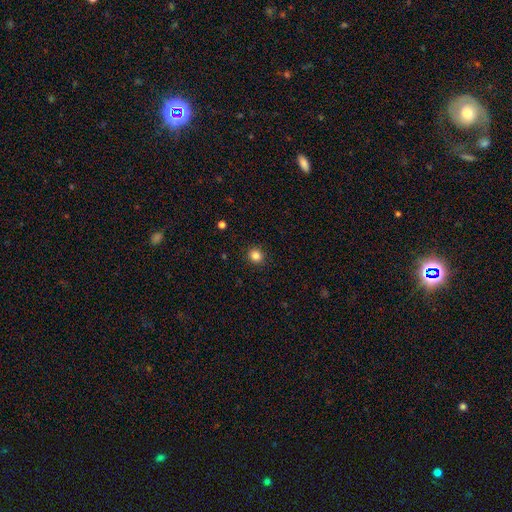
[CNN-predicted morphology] smooth-or-featured: smooth: 85% | star or artifact: 11% | featured or disk: 4%
  how-rounded: round: 90% | in between: 9% | cigar-shaped: 1%
  merging: none: 92% | minor disturbance: 5% | major disturbance: 2% | merger: 1%